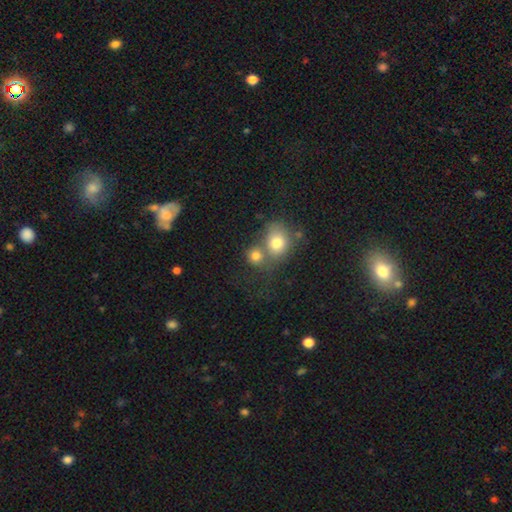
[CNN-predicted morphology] This is likely a smooth galaxy (76%). How rounded: likely round (75%). Merging: possibly merger (50%).